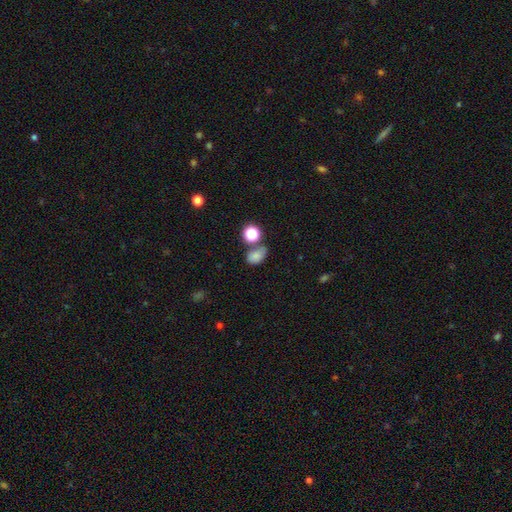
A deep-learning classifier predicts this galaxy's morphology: Q: Smooth or featured?
A: smooth (76%); runner-up: star or artifact (15%)
Q: How rounded?
A: in between (73%); runner-up: round (26%)
Q: Merging?
A: none (47%); runner-up: merger (23%)